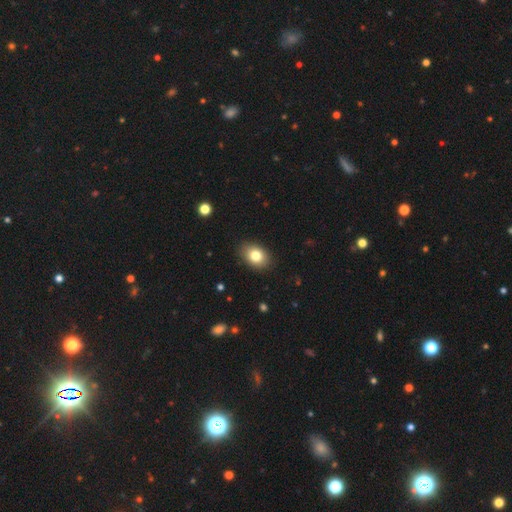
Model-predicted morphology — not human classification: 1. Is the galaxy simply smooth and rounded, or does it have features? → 81% smooth, 10% featured or disk, 9% star or artifact.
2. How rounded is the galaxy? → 74% in between, 25% round, 1% cigar-shaped.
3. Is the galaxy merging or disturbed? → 88% none, 9% minor disturbance, 2% major disturbance, 1% merger.